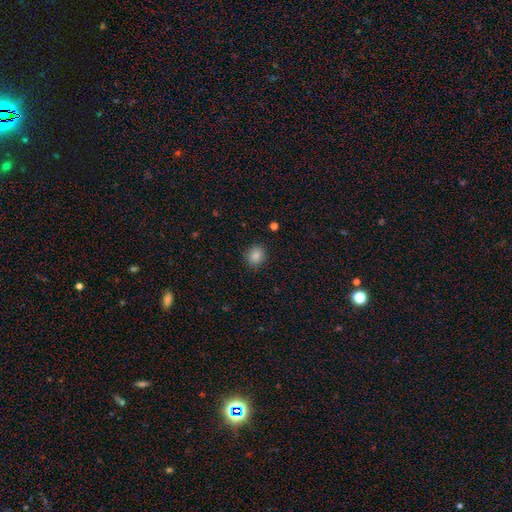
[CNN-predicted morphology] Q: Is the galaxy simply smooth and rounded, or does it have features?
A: smooth — 86%.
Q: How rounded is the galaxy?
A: round — 75%.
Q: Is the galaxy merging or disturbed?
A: none — 89%.